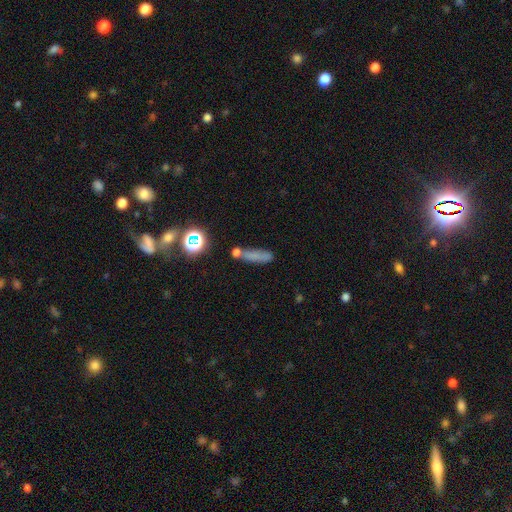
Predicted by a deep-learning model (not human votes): The model was most divided on "how rounded": cigar-shaped: 63%, in between: 29%, round: 8%. More confident: smooth or featured — smooth (65%); merging — none (63%).